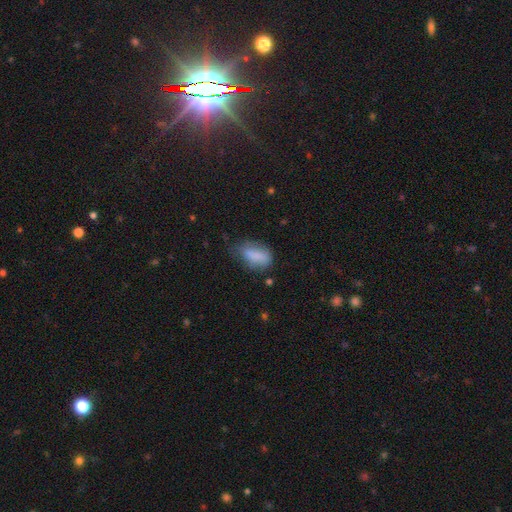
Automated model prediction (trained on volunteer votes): This is likely a smooth galaxy (80%). How rounded: clearly in between (84%). Merging: possibly none (48%).